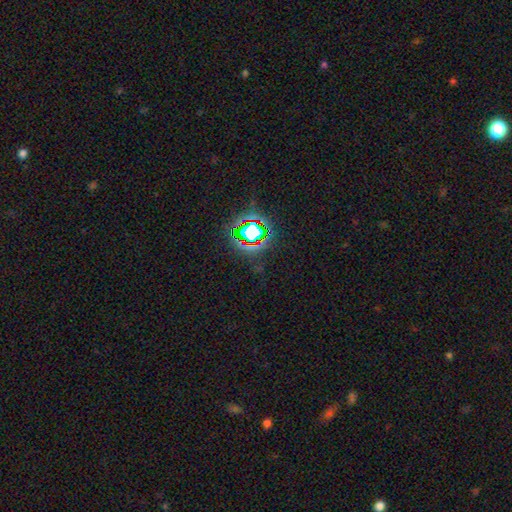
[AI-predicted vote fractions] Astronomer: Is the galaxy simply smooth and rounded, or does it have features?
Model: star or artifact — 81%.